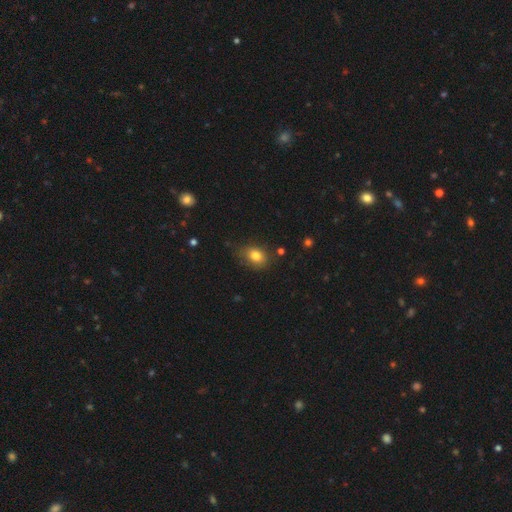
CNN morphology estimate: Overall: smooth (81%). How rounded: in between (66%; round 32%). Merging: none (73%).